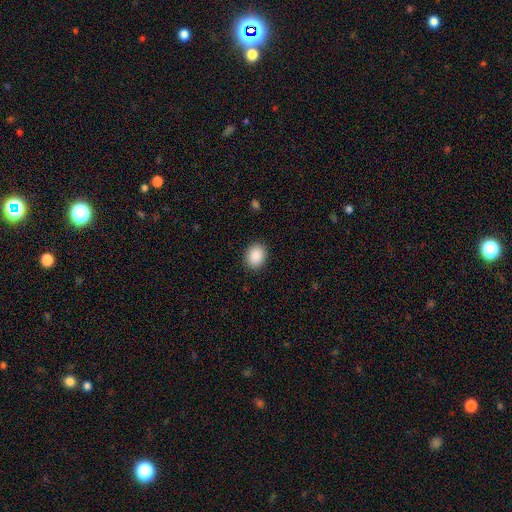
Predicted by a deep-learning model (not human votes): The model was most divided on "how rounded": in between: 55%, round: 44%, cigar-shaped: 1%. More confident: smooth or featured — smooth (90%); merging — none (90%).